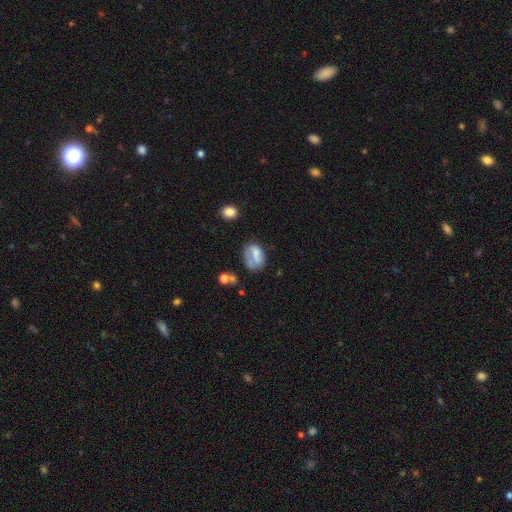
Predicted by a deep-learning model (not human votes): A smooth galaxy with no disk features (59%) that is in between round and cigar-shaped (75%). Merging: none (38%).